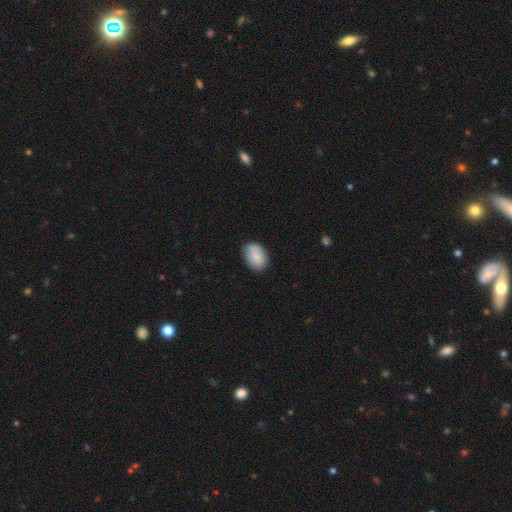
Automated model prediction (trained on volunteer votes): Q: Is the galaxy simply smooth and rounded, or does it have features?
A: smooth — 80%.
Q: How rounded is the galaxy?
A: in between — 81%.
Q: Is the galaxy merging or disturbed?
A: none — 78%.